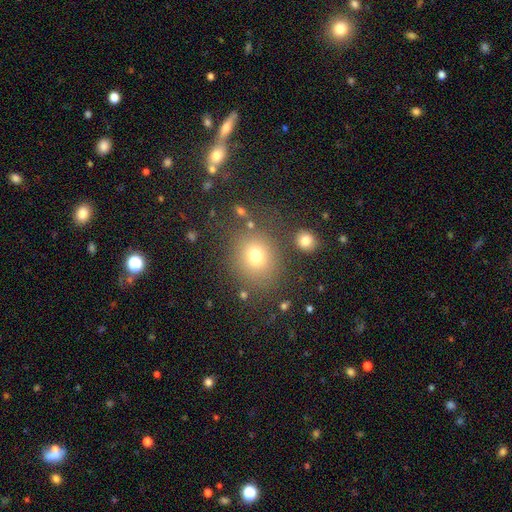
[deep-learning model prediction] smooth_or_featured: smooth (p=0.73) [alt: star or artifact p=0.16]
how_rounded: round (p=0.76) [alt: in between p=0.23]
merging: none (p=0.77) [alt: minor disturbance p=0.11]